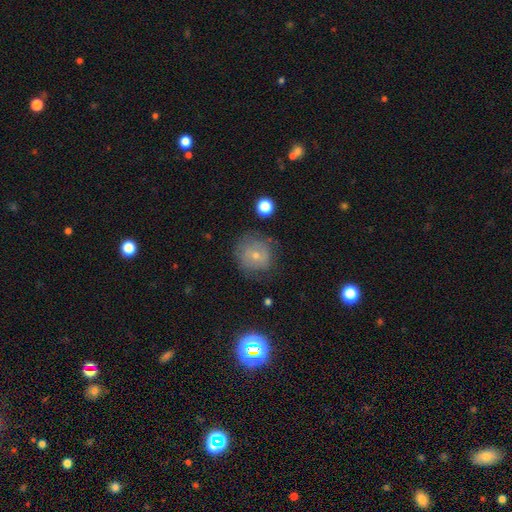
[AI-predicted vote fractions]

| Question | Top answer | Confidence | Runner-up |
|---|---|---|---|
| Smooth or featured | smooth | 43% | featured or disk (37%) |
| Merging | none | 77% | minor disturbance (16%) |